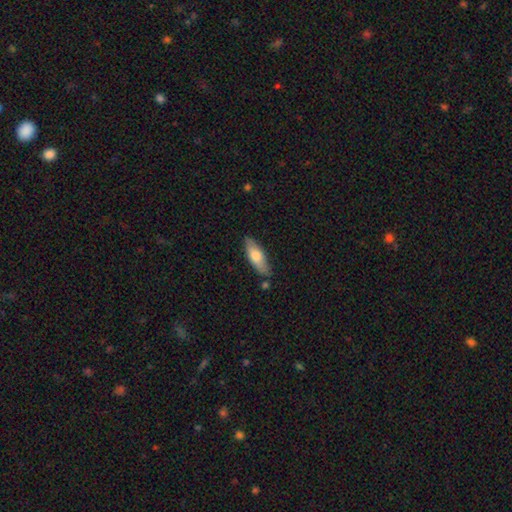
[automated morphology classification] This is likely a smooth galaxy (66%). How rounded: possibly in between (59%). Merging: likely none (78%).